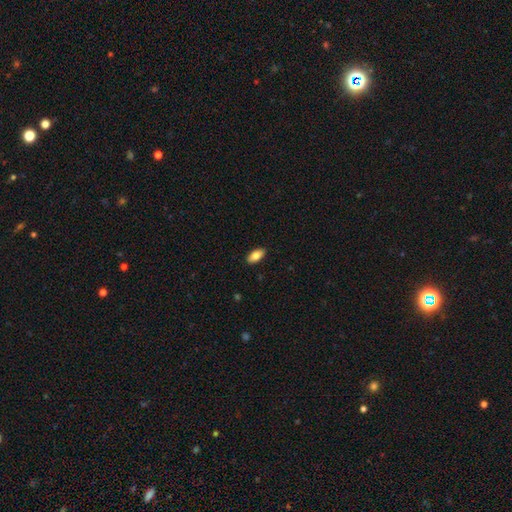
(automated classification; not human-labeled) smooth 82%, featured or disk 11%, star or artifact 7%. Down the decision tree: how rounded — in between (91%); merging — none (89%).